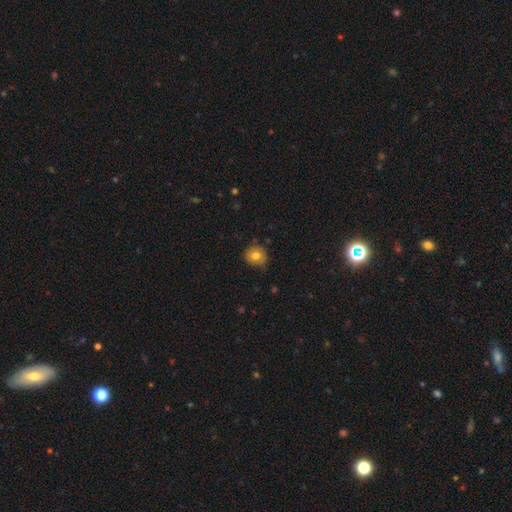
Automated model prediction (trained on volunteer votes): Smooth or featured: smooth — 78% (featured or disk — 12%)
How rounded: round — 87% (in between — 12%)
Merging: none — 76% (minor disturbance — 20%)